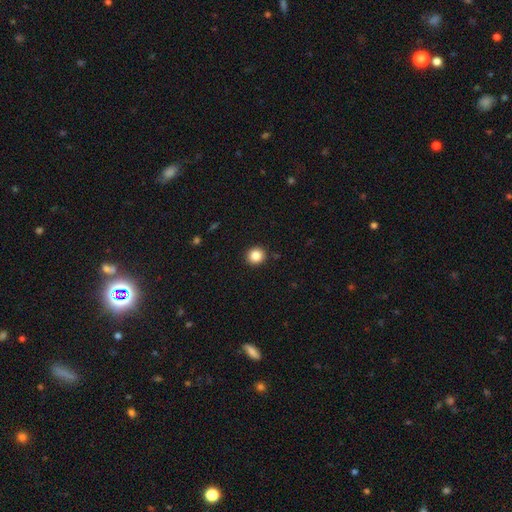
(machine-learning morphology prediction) Smooth or featured?
  - smooth: 85% *
  - star or artifact: 11%
  - featured or disk: 4%
How rounded?
  - round: 90% *
  - in between: 9%
  - cigar-shaped: 1%
Merging?
  - none: 92% *
  - minor disturbance: 6%
  - major disturbance: 2%
  - merger: 1%